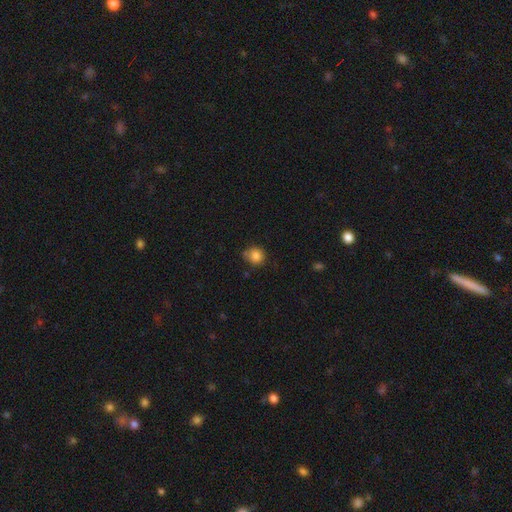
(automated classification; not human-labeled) Smooth or featured? smooth (84%)
How rounded? round (85%)
Merging? none (70%)